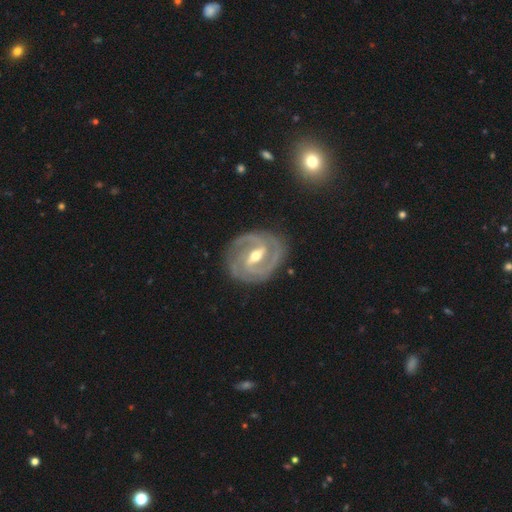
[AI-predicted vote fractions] Morphology: type=featured or disk (91%); edge-on=no (97%); bar=strong (53%); spiral arms=yes (98%); winding=tight (57%); arm count=2 (73%); bulge=moderate (67%); merging=none (82%).